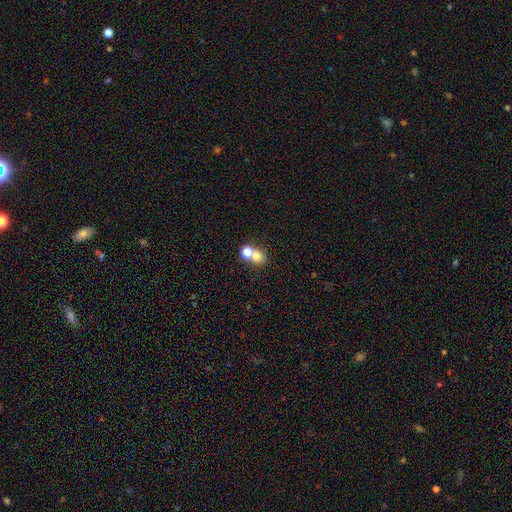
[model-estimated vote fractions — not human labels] Q: Smooth or featured?
A: smooth (73%); runner-up: featured or disk (14%)
Q: How rounded?
A: round (73%); runner-up: in between (26%)
Q: Merging?
A: merger (55%); runner-up: none (37%)